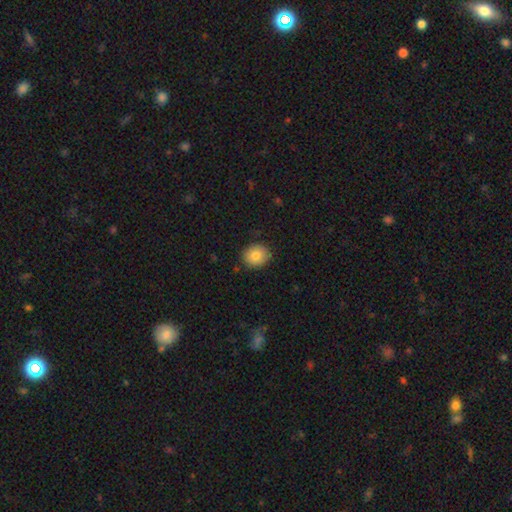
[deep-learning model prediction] A smooth galaxy with no disk features (82%) that is round (71%). Merging: none (87%).